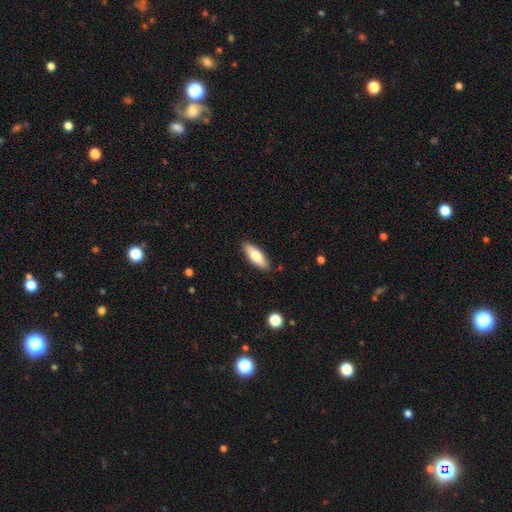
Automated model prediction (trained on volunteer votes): Smooth or featured?
  - smooth: 68% *
  - featured or disk: 26%
  - star or artifact: 6%
How rounded?
  - in between: 58% *
  - cigar-shaped: 40%
  - round: 2%
Merging?
  - none: 88% *
  - minor disturbance: 9%
  - major disturbance: 2%
  - merger: 1%